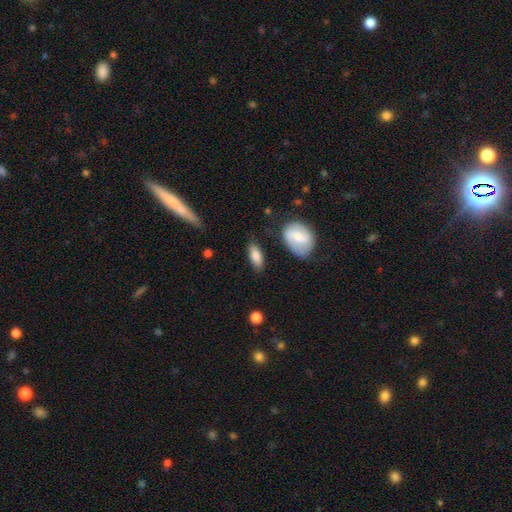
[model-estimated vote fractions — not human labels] Morphology: type=smooth (80%); roundness=in between (82%); merging=none (79%).